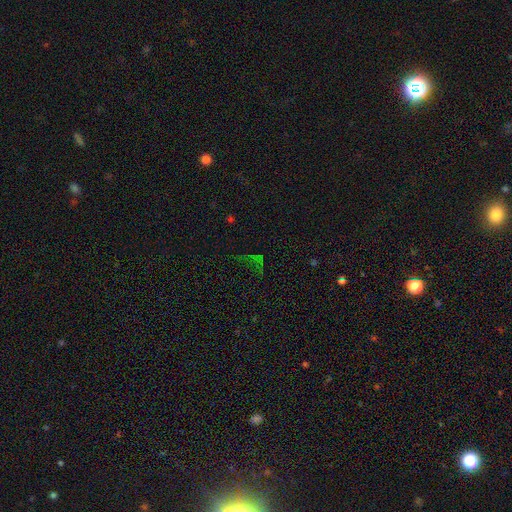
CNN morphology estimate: Smooth or featured? Predicted: star or artifact (p=0.68).